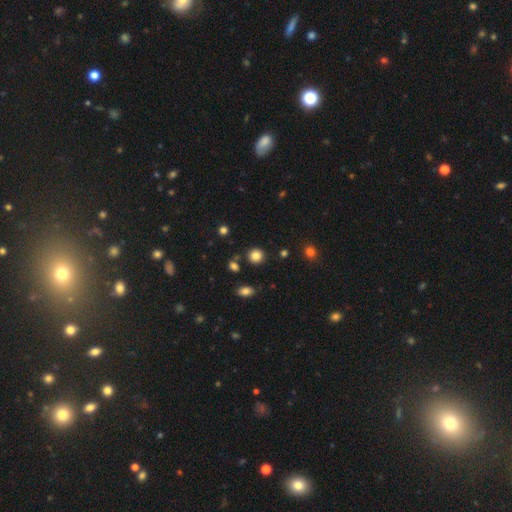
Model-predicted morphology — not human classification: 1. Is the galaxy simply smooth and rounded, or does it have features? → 84% smooth, 11% star or artifact, 4% featured or disk.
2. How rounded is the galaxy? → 90% round, 9% in between, 1% cigar-shaped.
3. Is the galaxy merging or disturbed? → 87% none, 7% minor disturbance, 4% merger, 3% major disturbance.